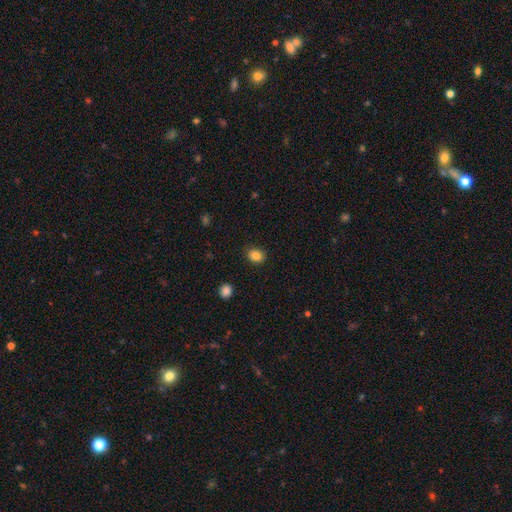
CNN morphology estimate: type=smooth (86%); roundness=round (53%); merging=none (87%).